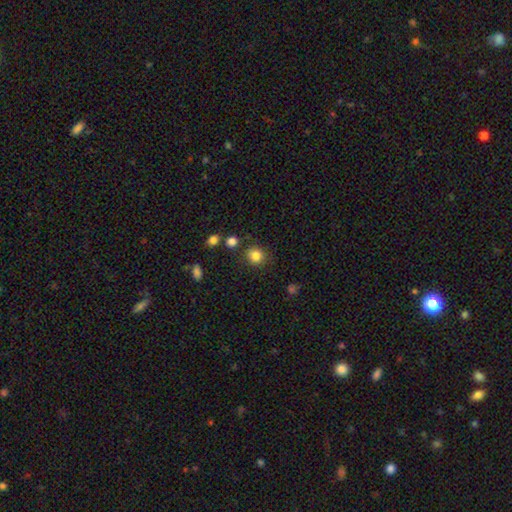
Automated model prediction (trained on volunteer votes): smooth 83%, star or artifact 11%, featured or disk 5%. Down the decision tree: how rounded — round (83%); merging — none (83%).